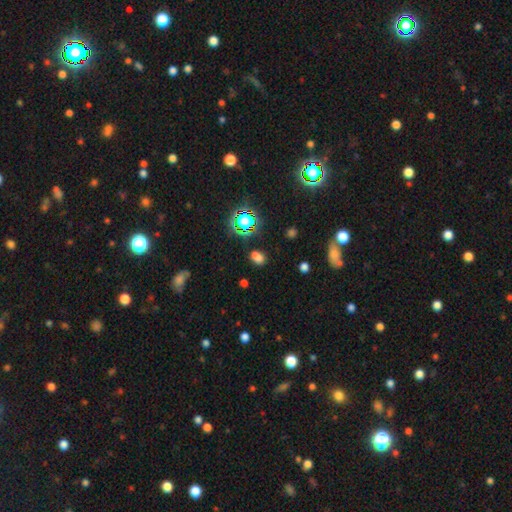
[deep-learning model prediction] Smooth or featured? Predicted: smooth (p=0.66). How rounded? Predicted: in between (p=0.78). Merging? Predicted: none (p=0.76).